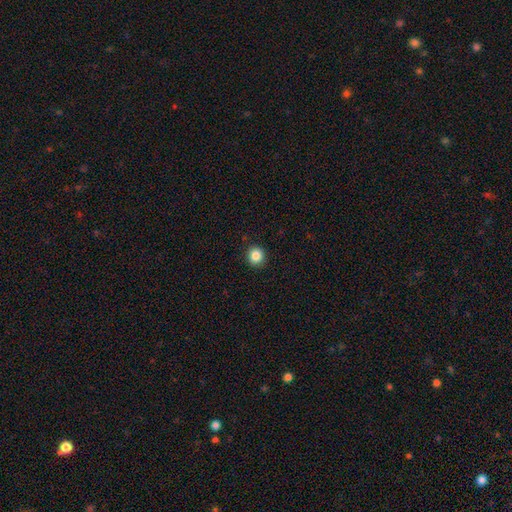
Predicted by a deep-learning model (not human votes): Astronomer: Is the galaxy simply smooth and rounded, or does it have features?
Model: smooth — 86%.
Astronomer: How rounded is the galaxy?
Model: round — 89%.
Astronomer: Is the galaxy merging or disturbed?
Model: none — 92%.